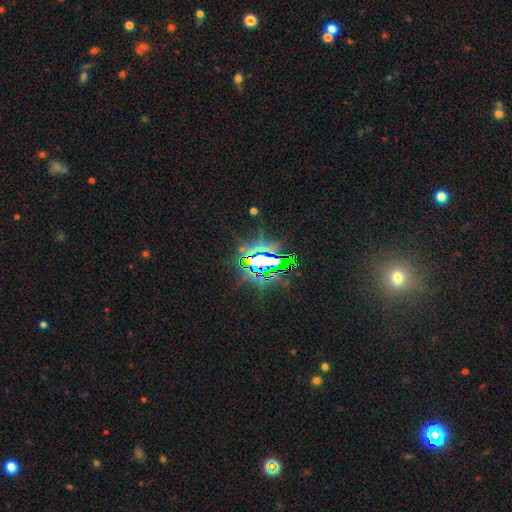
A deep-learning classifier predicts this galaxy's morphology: Smooth or featured? Predicted: star or artifact (p=0.81).